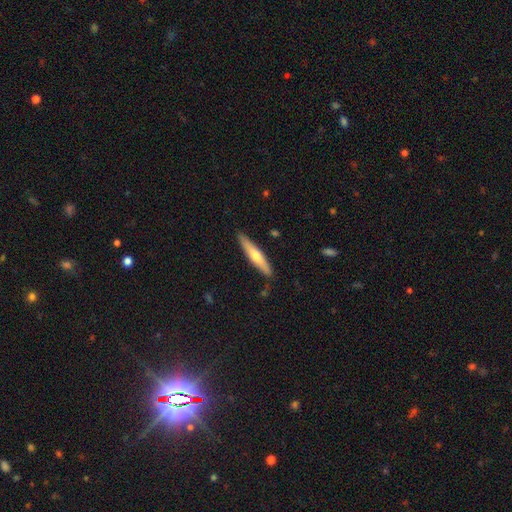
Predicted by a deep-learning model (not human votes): Smooth or featured? smooth (49%)
Merging? none (87%)